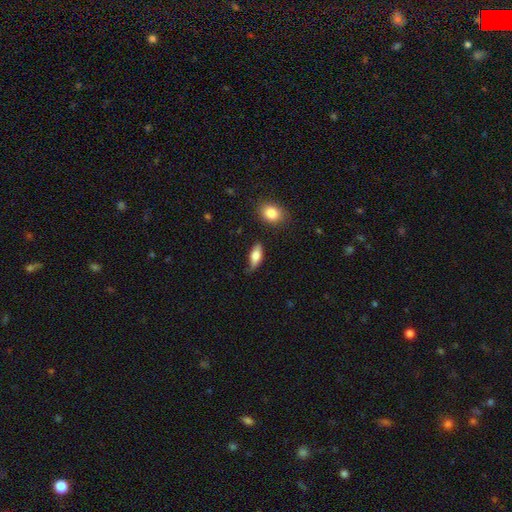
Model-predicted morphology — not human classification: Overall: smooth (74%). How rounded: in between (75%). Merging: none (65%; minor disturbance 27%).